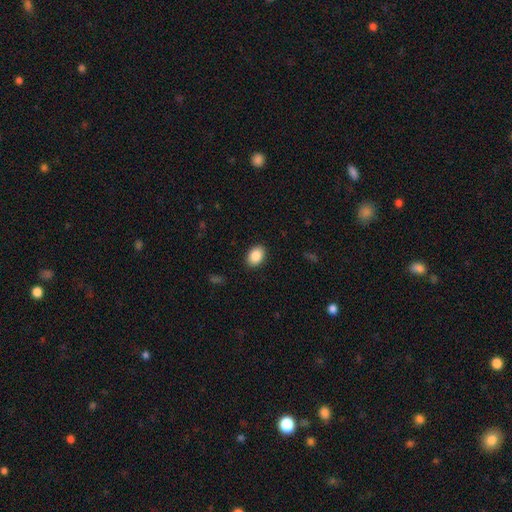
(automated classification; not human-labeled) Morphology: type=smooth (88%); roundness=in between (79%); merging=none (89%).